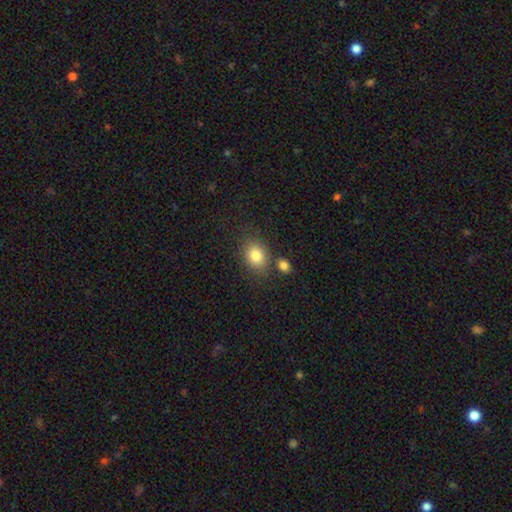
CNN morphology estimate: Q: Smooth or featured?
A: smooth (82%); runner-up: star or artifact (9%)
Q: How rounded?
A: in between (61%); runner-up: round (38%)
Q: Merging?
A: none (70%); runner-up: merger (13%)